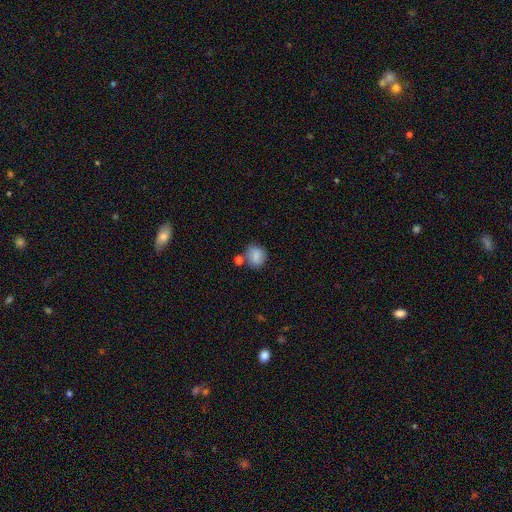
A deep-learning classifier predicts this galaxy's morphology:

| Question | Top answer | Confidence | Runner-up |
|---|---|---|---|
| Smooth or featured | smooth | 79% | featured or disk (12%) |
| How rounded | round | 71% | in between (28%) |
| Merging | none | 66% | minor disturbance (16%) |